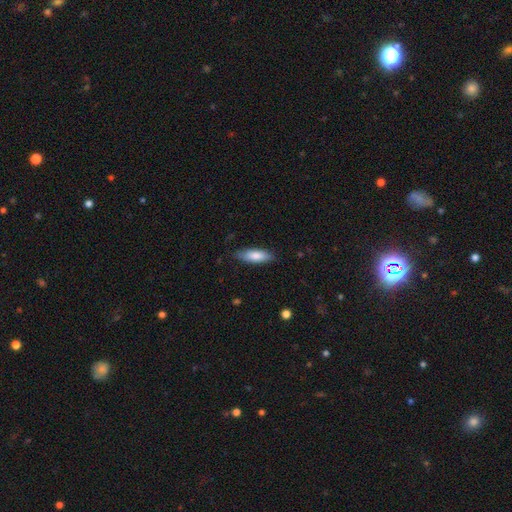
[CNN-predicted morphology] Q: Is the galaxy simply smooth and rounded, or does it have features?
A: smooth — 81%.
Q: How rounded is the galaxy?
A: in between — 60%.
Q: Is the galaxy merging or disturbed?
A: none — 81%.